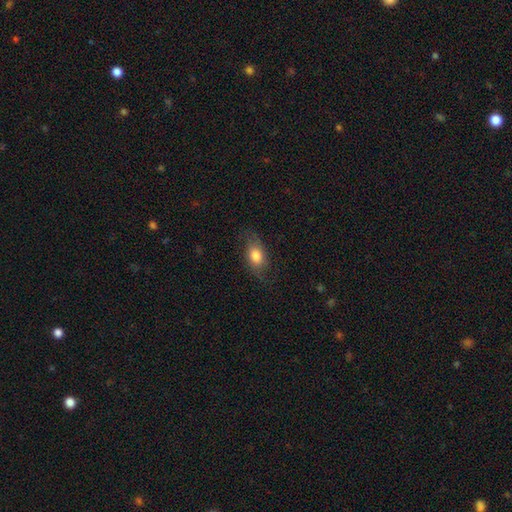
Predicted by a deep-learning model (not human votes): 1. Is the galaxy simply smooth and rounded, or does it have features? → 72% smooth, 20% featured or disk, 8% star or artifact.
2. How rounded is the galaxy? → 82% in between, 13% round, 4% cigar-shaped.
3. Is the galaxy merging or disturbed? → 70% none, 20% minor disturbance, 9% major disturbance, 1% merger.